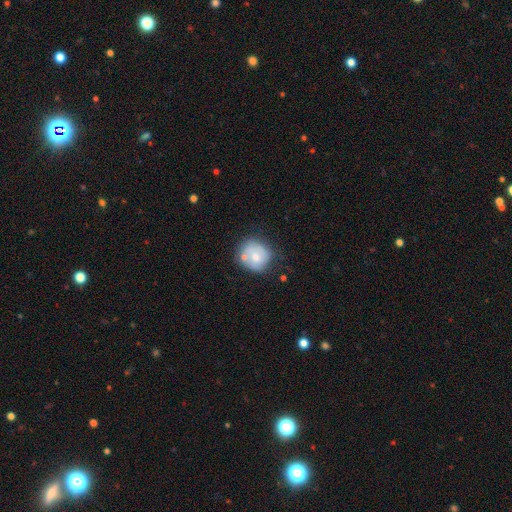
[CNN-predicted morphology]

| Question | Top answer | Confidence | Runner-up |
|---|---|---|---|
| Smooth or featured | smooth | 63% | featured or disk (29%) |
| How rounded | round | 81% | in between (18%) |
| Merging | none | 54% | minor disturbance (24%) |